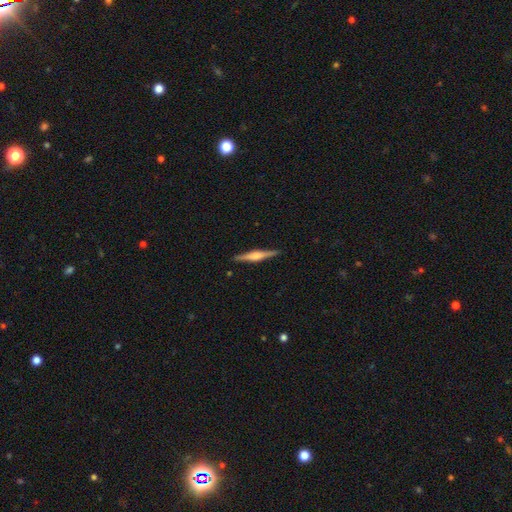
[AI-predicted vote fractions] A featured or disk galaxy (72%) viewed edge-on (98%) with a rounded central bulge (68%). Merging: none (91%).